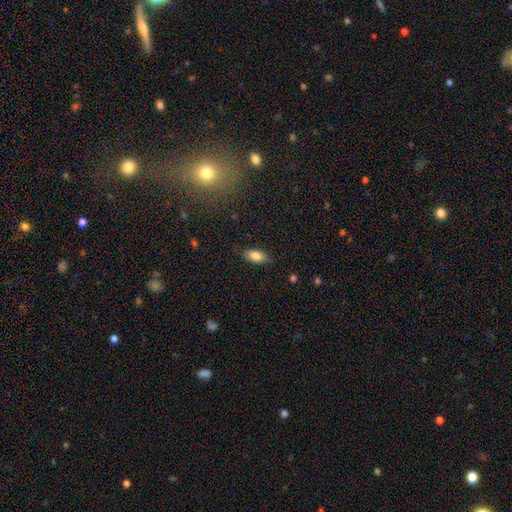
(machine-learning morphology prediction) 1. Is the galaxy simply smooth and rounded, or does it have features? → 82% smooth, 10% featured or disk, 7% star or artifact.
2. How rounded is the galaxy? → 89% in between, 8% cigar-shaped, 3% round.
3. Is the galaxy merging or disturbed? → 82% none, 14% minor disturbance, 3% major disturbance, 1% merger.